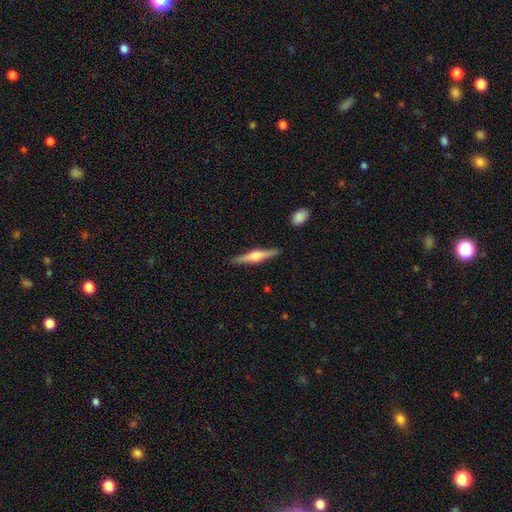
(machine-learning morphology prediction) Q: Smooth or featured?
A: featured or disk (71%); runner-up: smooth (24%)
Q: Edge-on disk?
A: yes (98%); runner-up: no (2%)
Q: Edge-on bulge?
A: rounded (90%); runner-up: boxy (7%)
Q: Merging?
A: none (89%); runner-up: minor disturbance (7%)